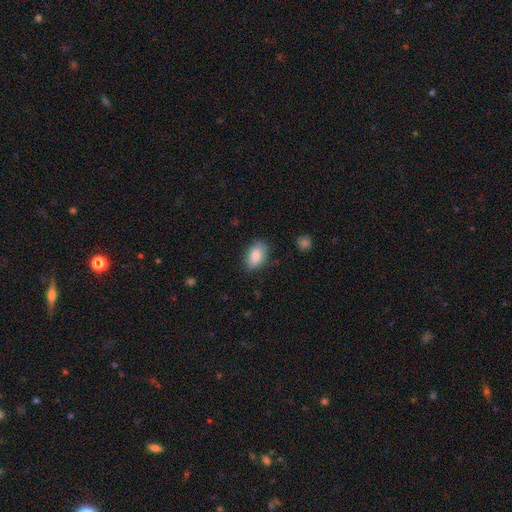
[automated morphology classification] type=smooth (87%); roundness=in between (90%); merging=none (77%).